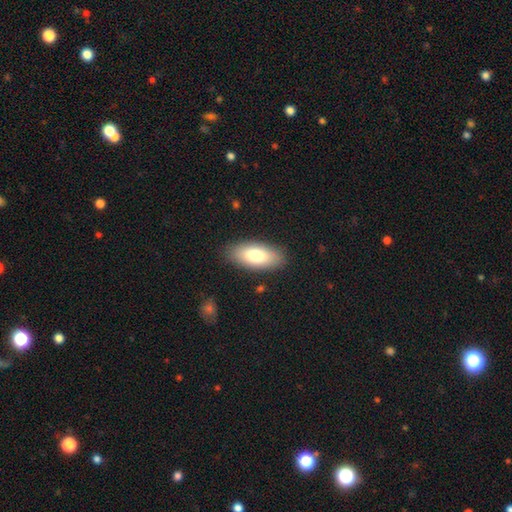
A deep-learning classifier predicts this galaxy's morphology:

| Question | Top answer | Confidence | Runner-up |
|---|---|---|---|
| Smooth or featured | smooth | 78% | featured or disk (16%) |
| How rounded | in between | 86% | cigar-shaped (12%) |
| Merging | none | 87% | minor disturbance (10%) |